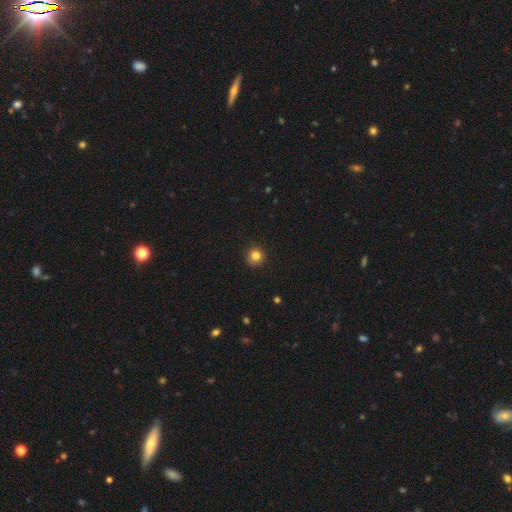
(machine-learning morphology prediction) Smooth or featured? smooth (82%)
How rounded? round (92%)
Merging? none (85%)